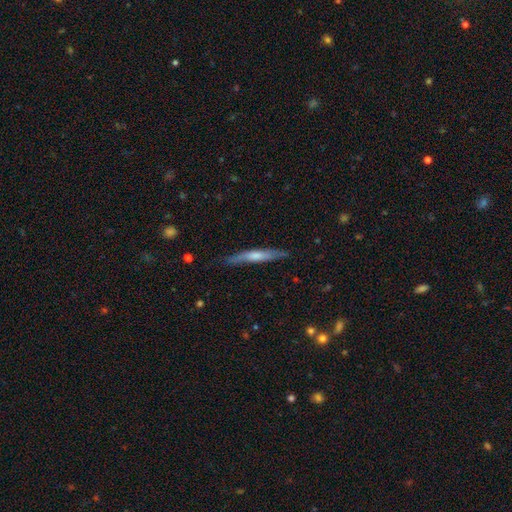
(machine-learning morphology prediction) smooth-or-featured: featured or disk: 49% | smooth: 45% | star or artifact: 6%
  merging: none: 80% | minor disturbance: 15% | major disturbance: 3% | merger: 2%